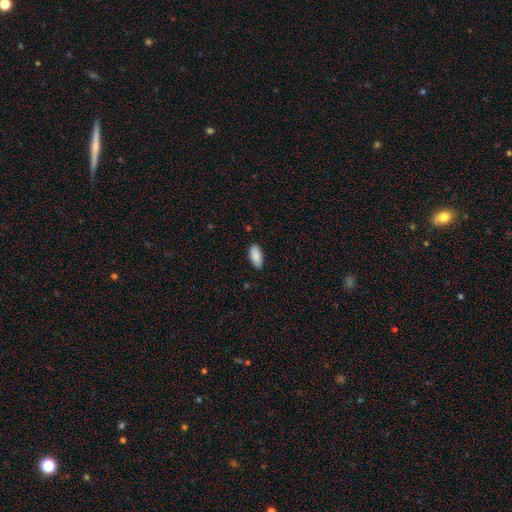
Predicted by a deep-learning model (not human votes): Overall: smooth (89%). How rounded: in between (92%). Merging: none (86%).